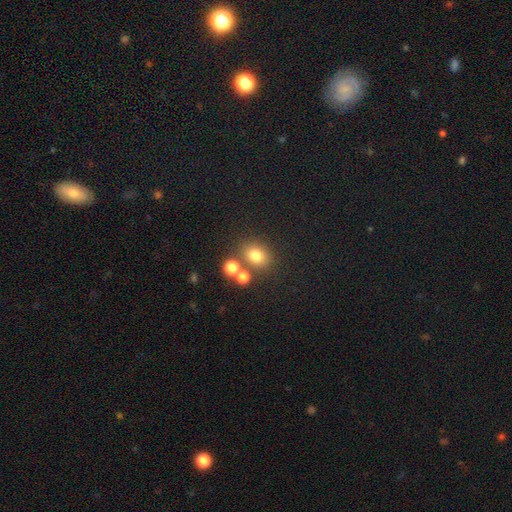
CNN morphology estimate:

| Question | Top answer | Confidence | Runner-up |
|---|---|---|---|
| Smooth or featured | smooth | 75% | star or artifact (17%) |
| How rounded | round | 61% | in between (38%) |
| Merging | none | 69% | merger (17%) |